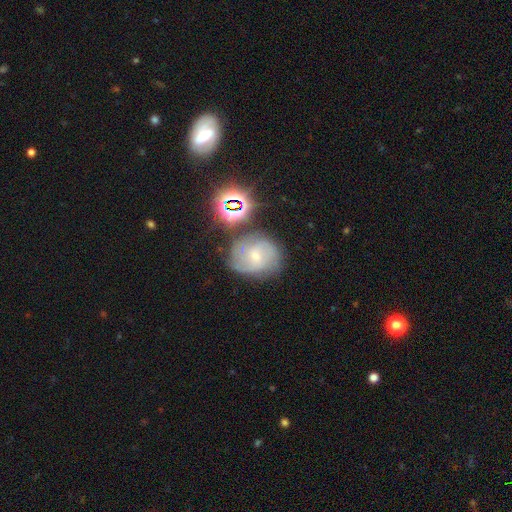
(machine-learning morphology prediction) Q: Smooth or featured?
A: featured or disk (61%); runner-up: smooth (22%)
Q: Edge-on disk?
A: no (97%); runner-up: yes (3%)
Q: Bar?
A: no (53%); runner-up: weak (38%)
Q: Spiral arms?
A: yes (88%); runner-up: no (12%)
Q: Spiral winding?
A: medium (42%); tied with: tight (42%)
Q: Spiral arm count?
A: 2 (32%); runner-up: can't tell (30%)
Q: Bulge size?
A: small (70%); runner-up: moderate (26%)
Q: Merging?
A: none (64%); runner-up: minor disturbance (19%)